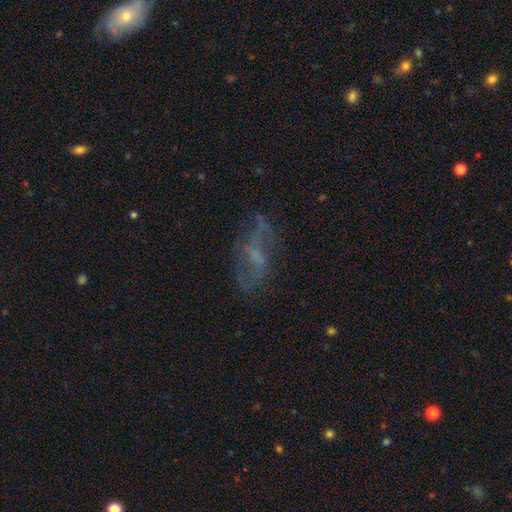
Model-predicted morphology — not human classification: Smooth or featured? featured or disk (55%)
Edge-on disk? no (91%)
Bar? no (51%)
Spiral arms? no (50%, tied with yes)
Bulge size? none (43%)
Merging? none (57%)